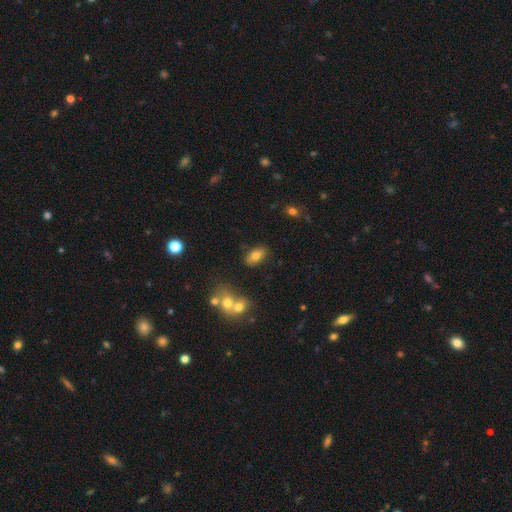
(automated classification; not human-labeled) Smooth or featured? Predicted: smooth (p=0.77). How rounded? Predicted: in between (p=0.90). Merging? Predicted: none (p=0.80).